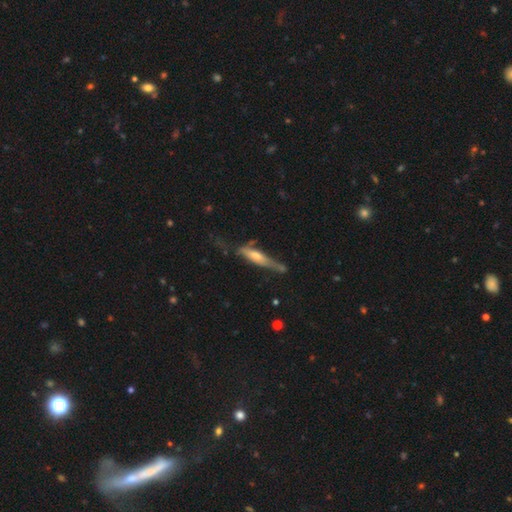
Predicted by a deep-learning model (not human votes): Smooth or featured?
  - featured or disk: 57% *
  - smooth: 36%
  - star or artifact: 7%
Edge-on disk?
  - yes: 84% *
  - no: 16%
Merging?
  - none: 46% *
  - minor disturbance: 30%
  - major disturbance: 17%
  - merger: 7%